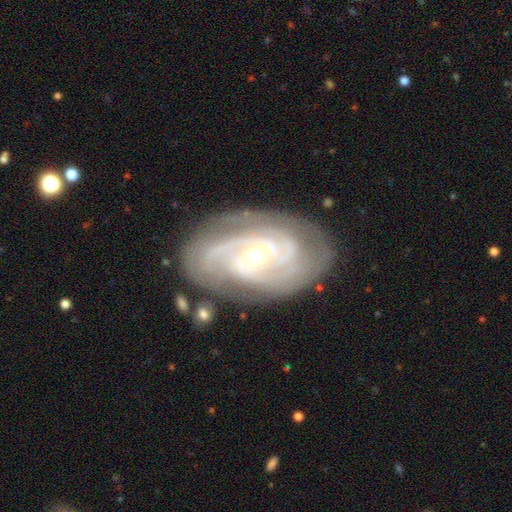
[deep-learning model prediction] A featured or disk galaxy (90%) with no bar (54%), 3 (32%) tight (70%) spiral arms (97%) and a moderate central bulge (50%).

Vote fractions:
- Smooth or featured? featured or disk: 90% / smooth: 5% / star or artifact: 5%
- Edge-on disk? no: 96% / yes: 4%
- Bar? no: 54% / weak: 33% / strong: 13%
- Spiral arms? yes: 97% / no: 3%
- Spiral winding? tight: 70% / medium: 26% / loose: 4%
- Spiral arm count? 3: 32% / 2: 26% / can't tell: 19% / 4: 13% / more than 4: 5% / 1: 5%
- Bulge size? moderate: 50% / small: 46% / large: 2% / none: 1% / dominant: 1%
- Merging? none: 78% / minor disturbance: 15% / major disturbance: 5% / merger: 2%